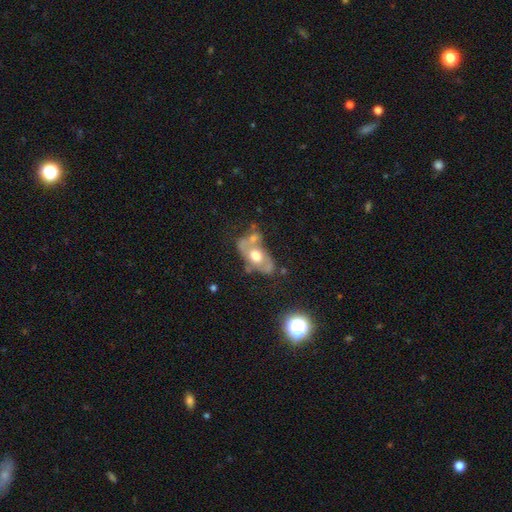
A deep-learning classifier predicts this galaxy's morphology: Smooth or featured? featured or disk (58%)
Edge-on disk? no (87%)
Bar? no (82%)
Spiral arms? no (64%)
Bulge size? moderate (53%)
Merging? none (44%)